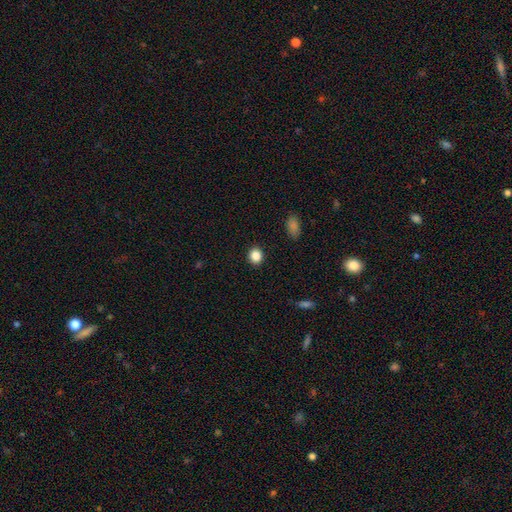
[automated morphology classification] smooth 86%, star or artifact 10%, featured or disk 4%. Down the decision tree: how rounded — round (77%); merging — none (91%).